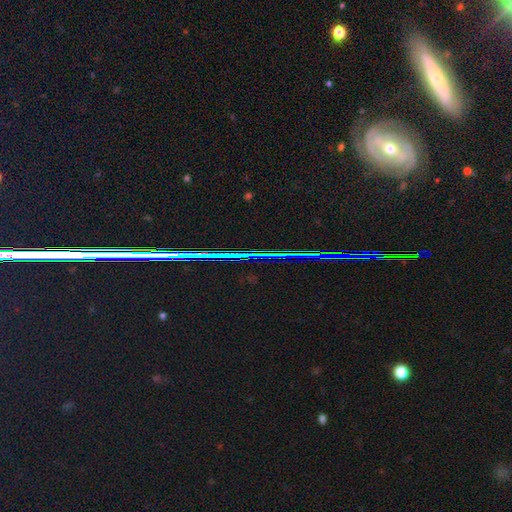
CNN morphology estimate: Q: Smooth or featured?
A: star or artifact (80%); runner-up: featured or disk (12%)